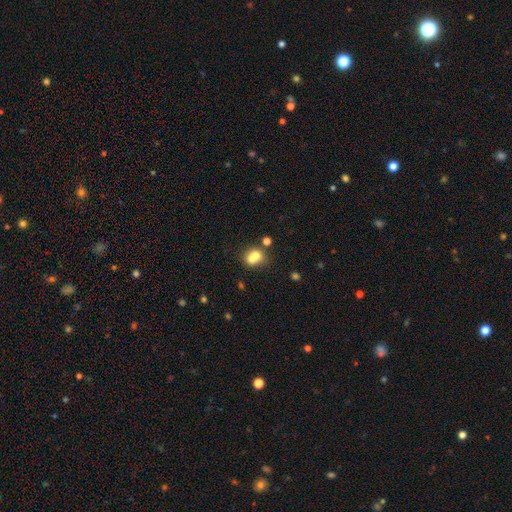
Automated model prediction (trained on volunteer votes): Overall: smooth (69%). How rounded: round (64%; in between 35%). Merging: merger (56%; none 31%).